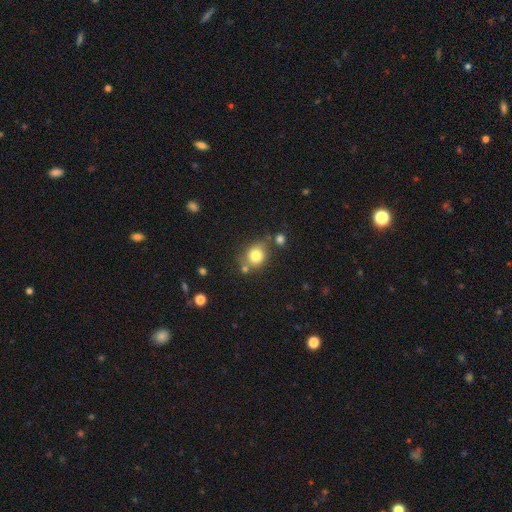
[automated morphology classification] smooth_or_featured: smooth (p=0.79) [alt: star or artifact p=0.11]
how_rounded: round (p=0.72) [alt: in between p=0.27]
merging: none (p=0.65) [alt: minor disturbance p=0.15]